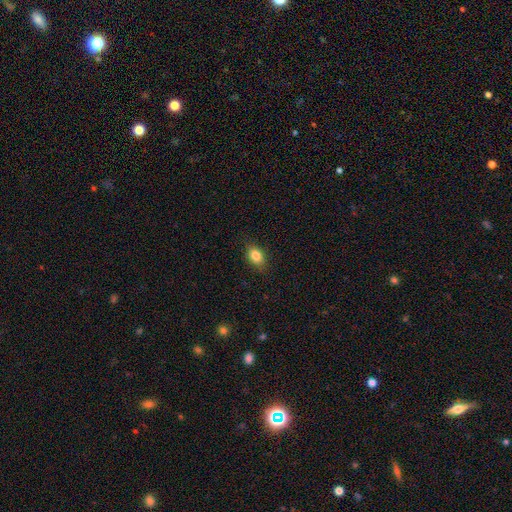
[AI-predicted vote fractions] Morphology: type=smooth (84%); roundness=in between (78%); merging=none (85%).